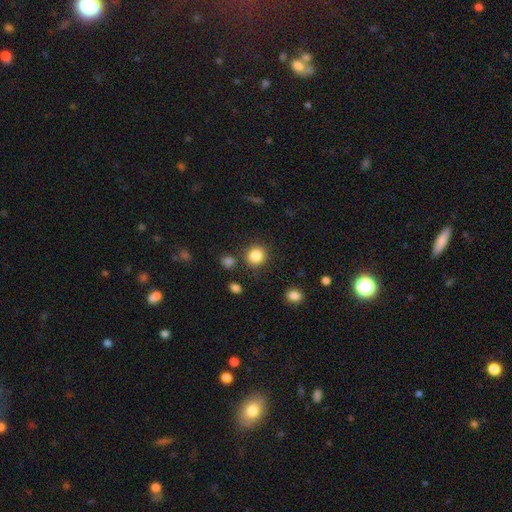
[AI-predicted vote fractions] Smooth or featured?
  - smooth: 85% *
  - star or artifact: 10%
  - featured or disk: 5%
How rounded?
  - round: 90% *
  - in between: 9%
  - cigar-shaped: 1%
Merging?
  - none: 86% *
  - minor disturbance: 7%
  - merger: 4%
  - major disturbance: 3%